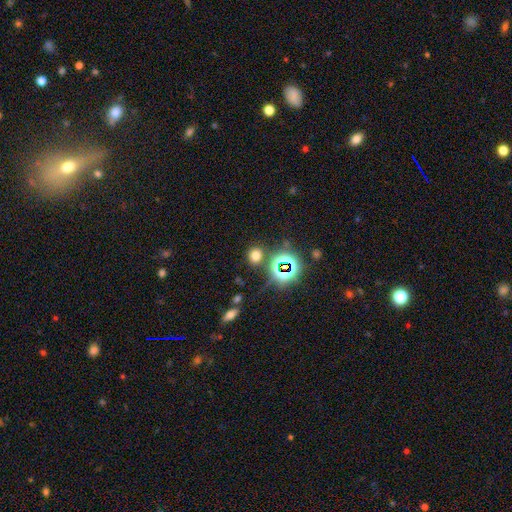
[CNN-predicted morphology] smooth_or_featured: smooth (p=0.64) [alt: star or artifact p=0.30]
how_rounded: round (p=0.77) [alt: in between p=0.22]
merging: none (p=0.82) [alt: minor disturbance p=0.08]